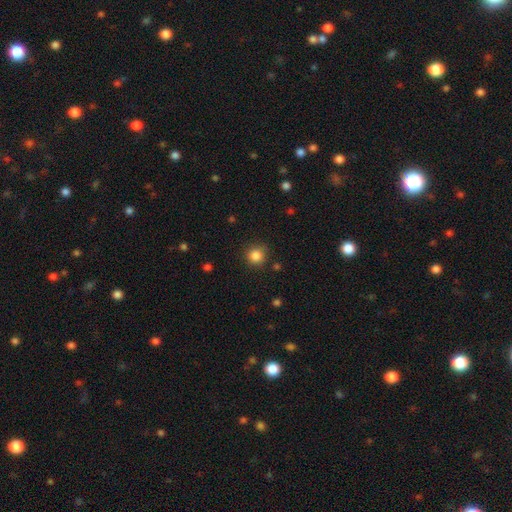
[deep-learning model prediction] Smooth or featured? Predicted: smooth (p=0.85). How rounded? Predicted: round (p=0.93). Merging? Predicted: none (p=0.86).